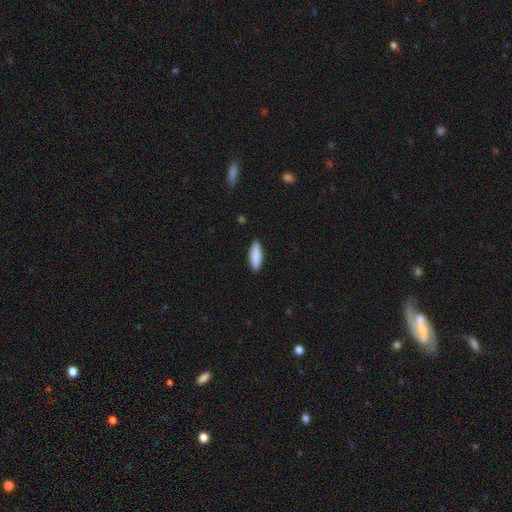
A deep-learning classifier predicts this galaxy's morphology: Smooth or featured?
  - smooth: 89% *
  - featured or disk: 6%
  - star or artifact: 6%
How rounded?
  - in between: 50% *
  - cigar-shaped: 49%
  - round: 2%
Merging?
  - none: 89% *
  - minor disturbance: 8%
  - major disturbance: 2%
  - merger: 1%